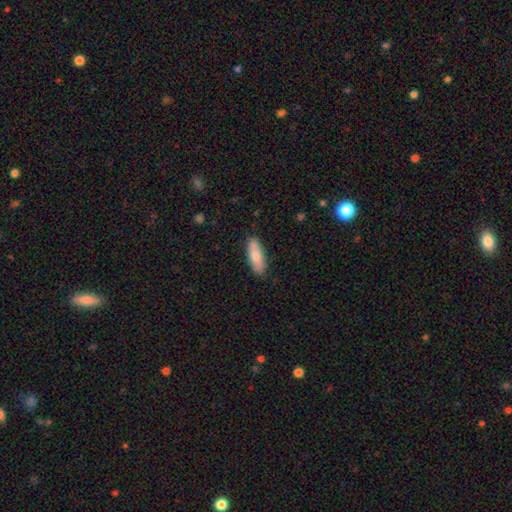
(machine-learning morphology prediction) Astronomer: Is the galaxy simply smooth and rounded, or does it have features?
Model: smooth — 81%.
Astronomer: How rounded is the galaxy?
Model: in between — 60% (runner-up: cigar-shaped, 38%).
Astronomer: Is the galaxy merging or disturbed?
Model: none — 86%.